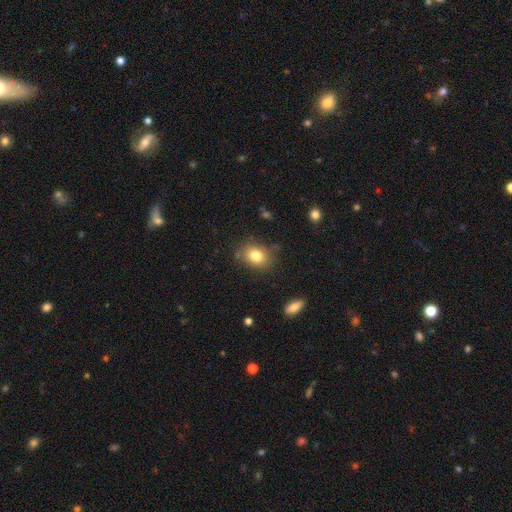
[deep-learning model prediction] smooth-or-featured: smooth: 80% | star or artifact: 10% | featured or disk: 10%
  how-rounded: in between: 62% | round: 37% | cigar-shaped: 1%
  merging: none: 80% | minor disturbance: 14% | major disturbance: 4% | merger: 2%